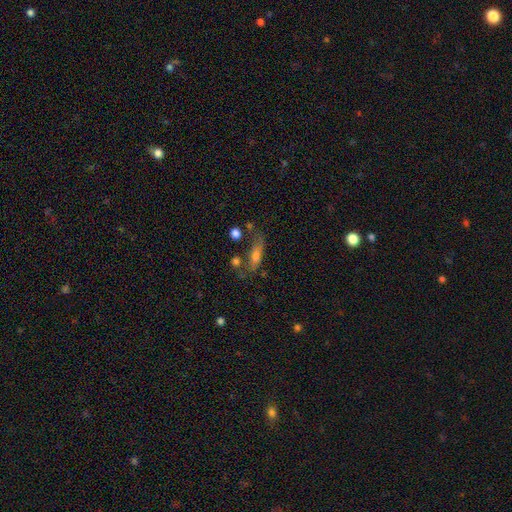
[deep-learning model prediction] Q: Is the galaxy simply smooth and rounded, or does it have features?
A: smooth — 55%.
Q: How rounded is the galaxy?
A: in between — 47%, tied with cigar-shaped.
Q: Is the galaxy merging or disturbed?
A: none — 47%.